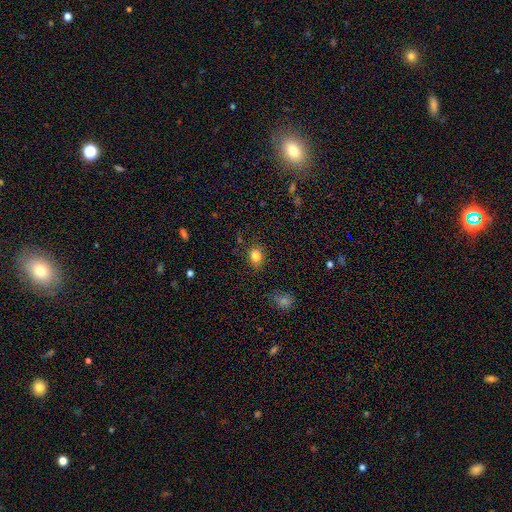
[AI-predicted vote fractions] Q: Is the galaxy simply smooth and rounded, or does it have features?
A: smooth — 83%.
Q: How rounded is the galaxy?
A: in between — 60%.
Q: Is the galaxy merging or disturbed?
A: none — 80%.